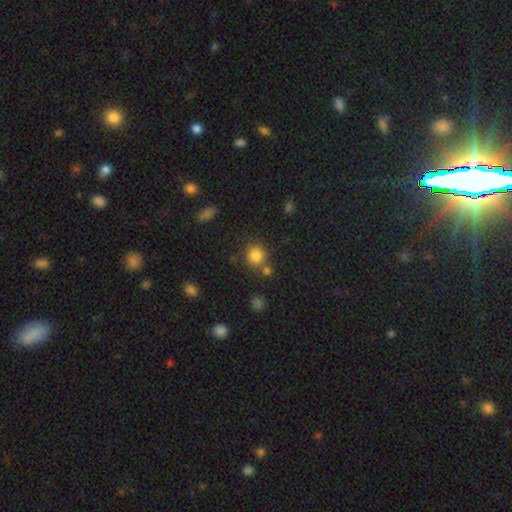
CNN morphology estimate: A smooth galaxy with no disk features (82%) that is round (85%).

Vote fractions:
- Smooth or featured? smooth: 82% / star or artifact: 12% / featured or disk: 6%
- How rounded? round: 85% / in between: 14% / cigar-shaped: 1%
- Merging? none: 71% / merger: 15% / minor disturbance: 10% / major disturbance: 4%